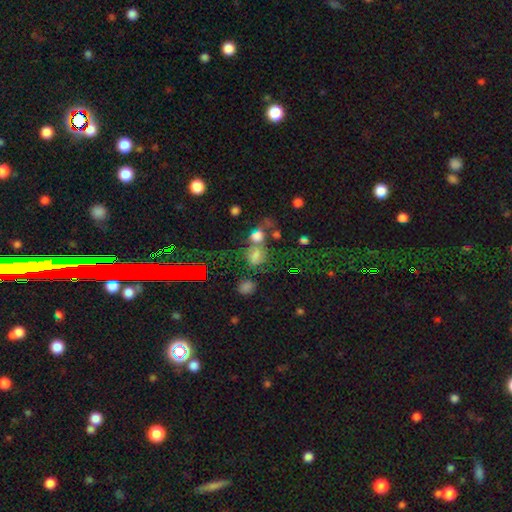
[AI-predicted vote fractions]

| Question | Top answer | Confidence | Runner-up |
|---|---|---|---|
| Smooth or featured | smooth | 54% | star or artifact (31%) |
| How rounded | round | 55% | in between (43%) |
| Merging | merger | 41% | none (35%) |